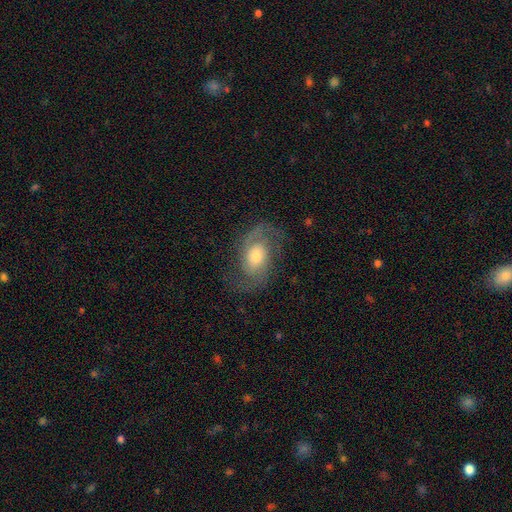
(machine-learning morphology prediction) Q: Smooth or featured?
A: featured or disk (85%); runner-up: smooth (9%)
Q: Edge-on disk?
A: no (97%); runner-up: yes (3%)
Q: Bar?
A: no (64%); runner-up: weak (29%)
Q: Spiral arms?
A: yes (96%); runner-up: no (4%)
Q: Spiral winding?
A: medium (54%); runner-up: tight (25%)
Q: Spiral arm count?
A: 2 (90%); runner-up: can't tell (4%)
Q: Bulge size?
A: moderate (55%); runner-up: small (21%)
Q: Merging?
A: none (76%); runner-up: minor disturbance (15%)